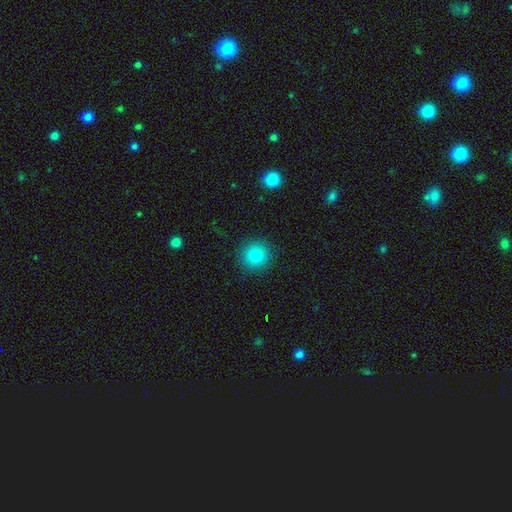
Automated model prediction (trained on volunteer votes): Smooth or featured? Predicted: smooth (p=0.83). How rounded? Predicted: round (p=0.92). Merging? Predicted: none (p=0.90).